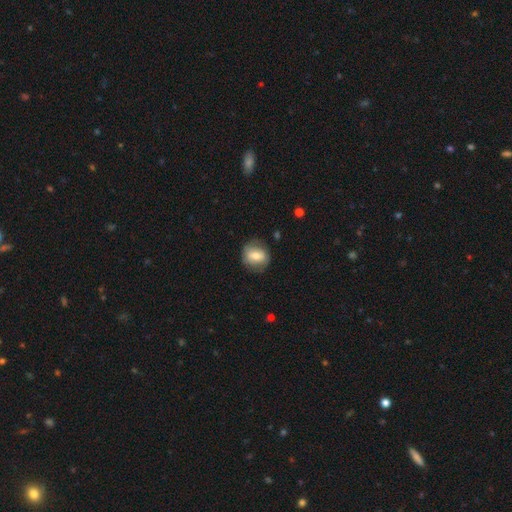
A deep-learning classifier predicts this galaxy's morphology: smooth_or_featured: smooth (p=0.61) [alt: featured or disk p=0.31]
how_rounded: round (p=0.70) [alt: in between p=0.29]
merging: none (p=0.74) [alt: minor disturbance p=0.18]